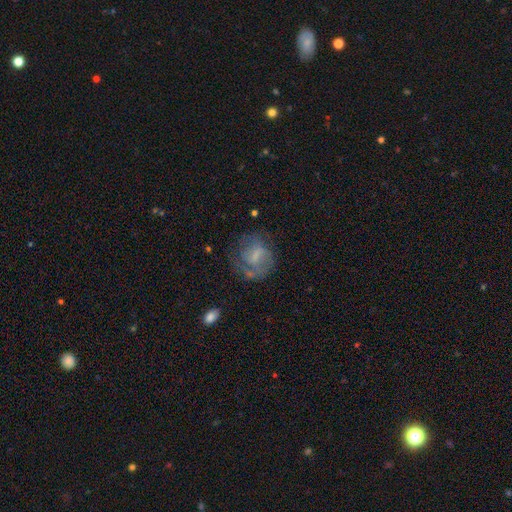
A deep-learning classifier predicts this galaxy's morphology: This appears to be a featured or disk galaxy (54%) with a weak bar (50%), spiral arms (66%) and a small central bulge (35%). Merging: none (51%).